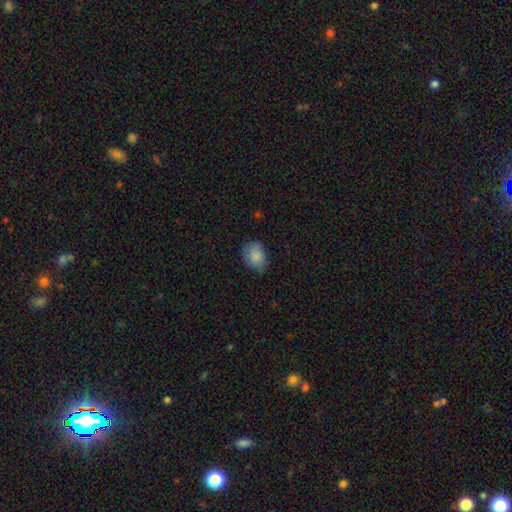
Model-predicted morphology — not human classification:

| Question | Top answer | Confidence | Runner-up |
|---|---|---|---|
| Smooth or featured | smooth | 85% | star or artifact (8%) |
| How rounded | in between | 65% | round (34%) |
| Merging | none | 66% | minor disturbance (27%) |